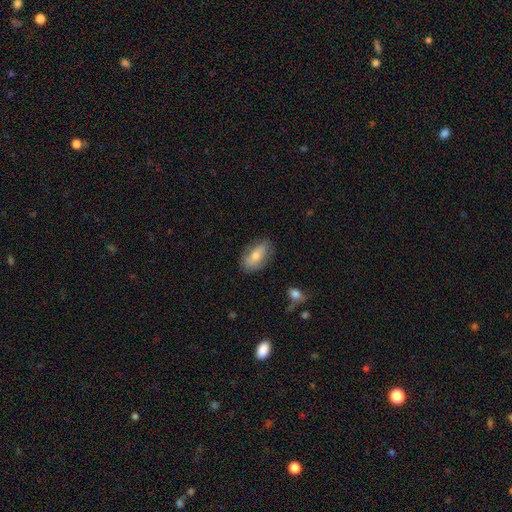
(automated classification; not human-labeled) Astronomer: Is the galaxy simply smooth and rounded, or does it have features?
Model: smooth — 64%.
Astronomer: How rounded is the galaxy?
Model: in between — 89%.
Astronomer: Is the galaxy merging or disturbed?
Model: none — 78%.